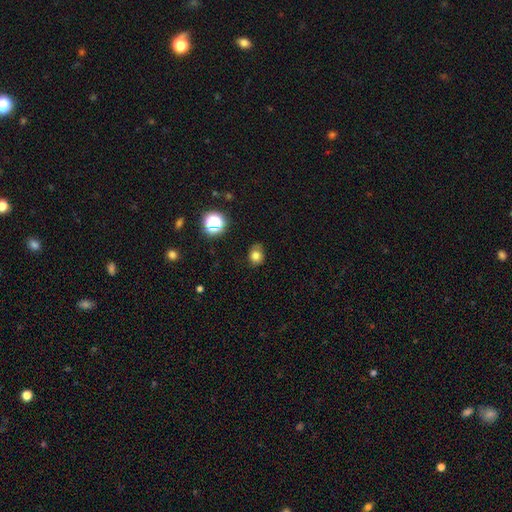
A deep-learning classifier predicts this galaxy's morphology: Q: Smooth or featured?
A: smooth (76%); runner-up: star or artifact (15%)
Q: How rounded?
A: round (59%); runner-up: in between (40%)
Q: Merging?
A: none (66%); runner-up: minor disturbance (26%)